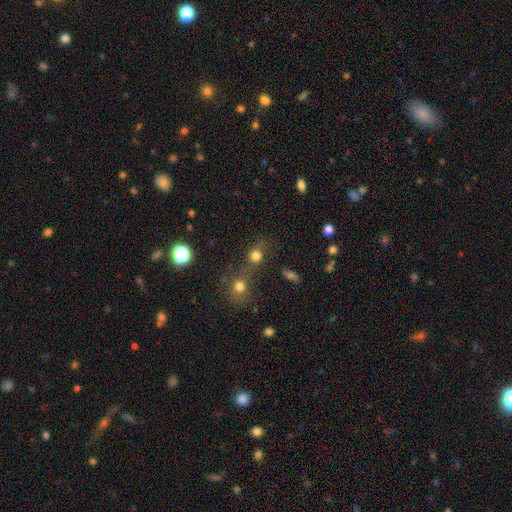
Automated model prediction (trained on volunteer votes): A smooth galaxy with no disk features (75%) that is round (78%). Merging: none (52%).